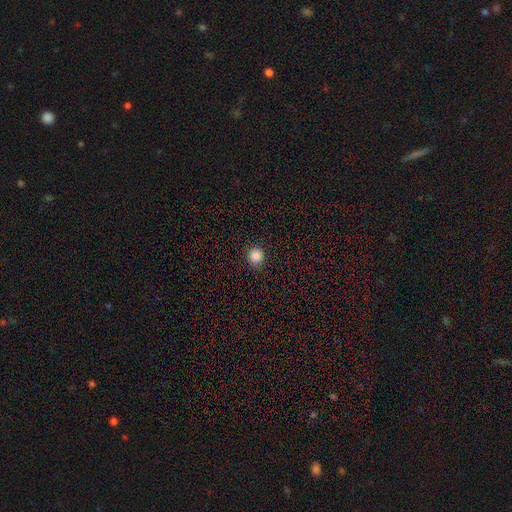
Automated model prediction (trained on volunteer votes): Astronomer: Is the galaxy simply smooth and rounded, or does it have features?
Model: smooth — 85%.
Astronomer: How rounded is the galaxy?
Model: round — 93%.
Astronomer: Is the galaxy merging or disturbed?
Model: none — 92%.